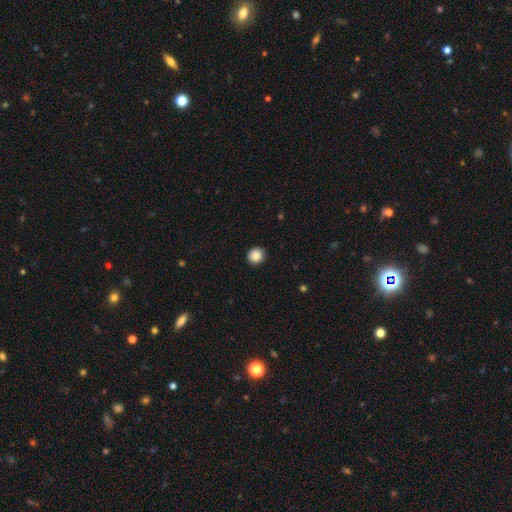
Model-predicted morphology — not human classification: Smooth or featured? smooth (88%)
How rounded? round (93%)
Merging? none (92%)